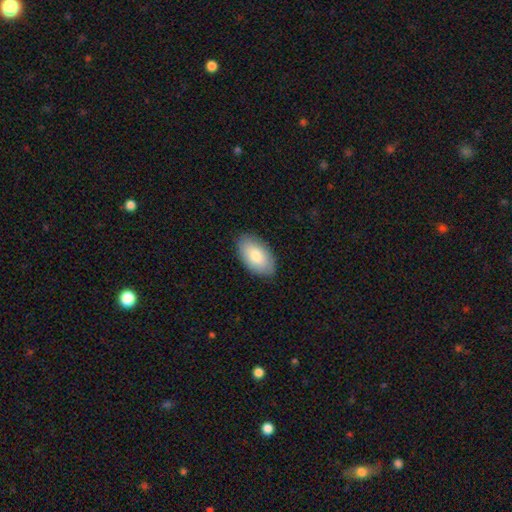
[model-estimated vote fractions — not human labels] smooth_or_featured: smooth (p=0.80) [alt: featured or disk p=0.15]
how_rounded: in between (p=0.95) [alt: round p=0.03]
merging: none (p=0.86) [alt: minor disturbance p=0.11]